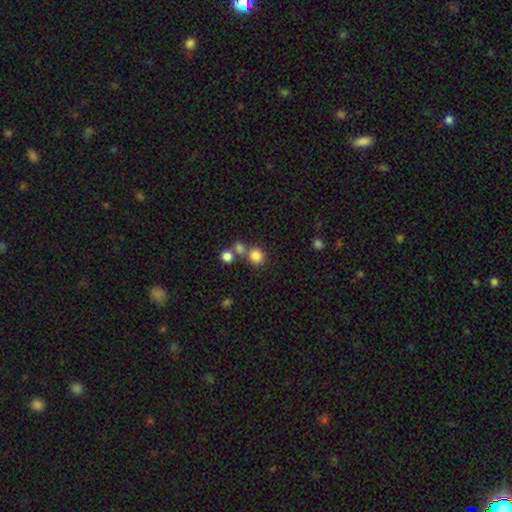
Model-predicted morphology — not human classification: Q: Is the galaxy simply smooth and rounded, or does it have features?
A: smooth — 82%.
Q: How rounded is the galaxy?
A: round — 90%.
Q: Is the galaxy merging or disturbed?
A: none — 62%.